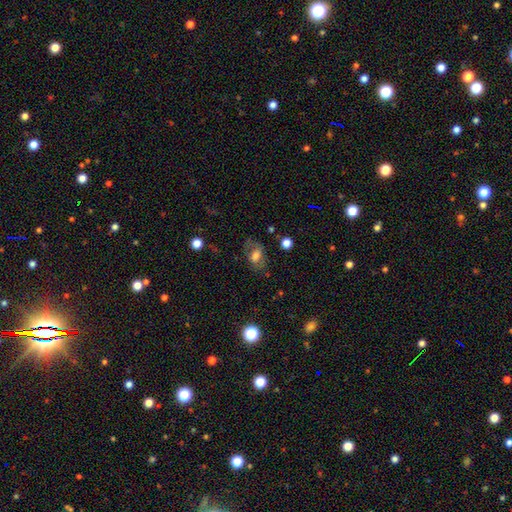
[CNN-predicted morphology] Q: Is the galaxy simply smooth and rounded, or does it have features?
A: smooth — 60%.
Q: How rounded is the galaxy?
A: in between — 83%.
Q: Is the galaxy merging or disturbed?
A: none — 63%.